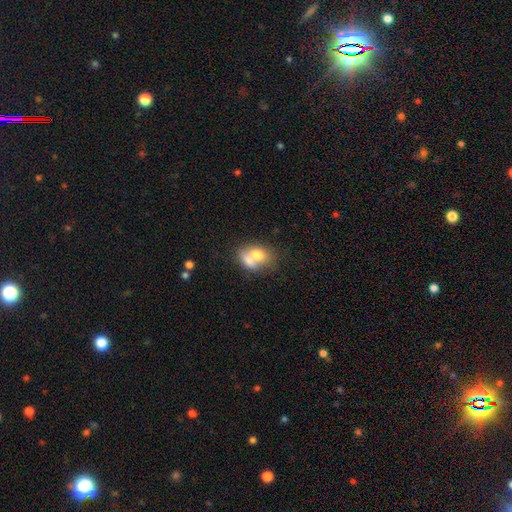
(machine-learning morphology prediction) smooth-or-featured: smooth: 70% | featured or disk: 22% | star or artifact: 8%
  how-rounded: in between: 67% | round: 31% | cigar-shaped: 2%
  merging: merger: 62% | none: 23% | minor disturbance: 9% | major disturbance: 5%